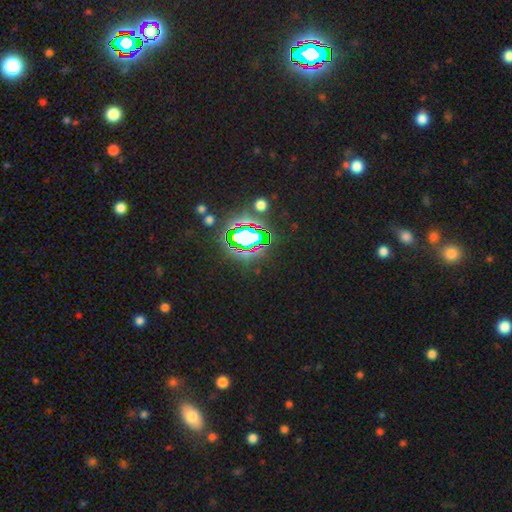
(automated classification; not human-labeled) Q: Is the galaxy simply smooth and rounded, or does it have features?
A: star or artifact — 81%.